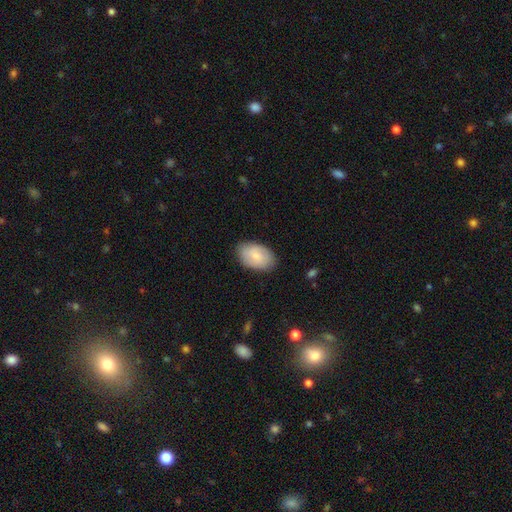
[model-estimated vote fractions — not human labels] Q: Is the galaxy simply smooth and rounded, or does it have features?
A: smooth — 77%.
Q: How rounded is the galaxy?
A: in between — 92%.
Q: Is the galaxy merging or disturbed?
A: none — 83%.